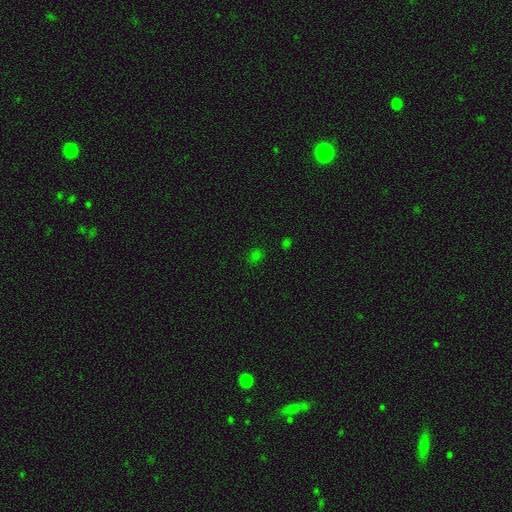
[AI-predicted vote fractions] Smooth or featured? Predicted: smooth (p=0.68). How rounded? Predicted: round (p=0.62). Merging? Predicted: none (p=0.84).